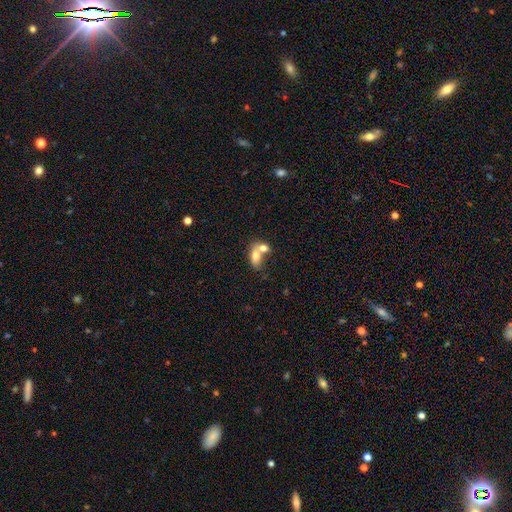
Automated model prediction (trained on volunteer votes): Smooth or featured?
  - smooth: 74% *
  - featured or disk: 18%
  - star or artifact: 8%
How rounded?
  - in between: 84% *
  - round: 13%
  - cigar-shaped: 3%
Merging?
  - merger: 65% *
  - none: 22%
  - minor disturbance: 8%
  - major disturbance: 5%